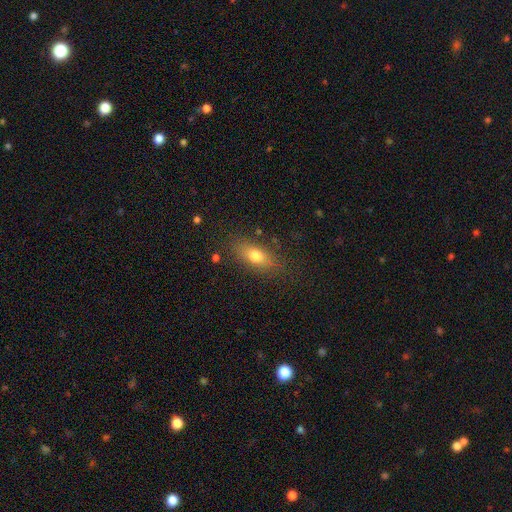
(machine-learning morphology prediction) smooth 73%, featured or disk 17%, star or artifact 9%. Down the decision tree: how rounded — in between (75%); merging — none (79%).